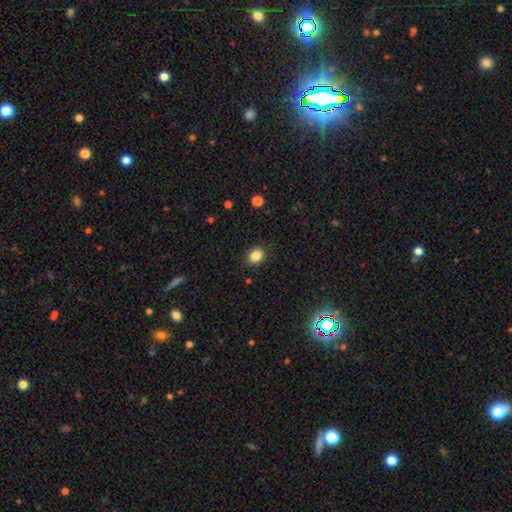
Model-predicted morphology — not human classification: Overall: smooth (86%). How rounded: in between (57%; round 43%). Merging: none (86%).